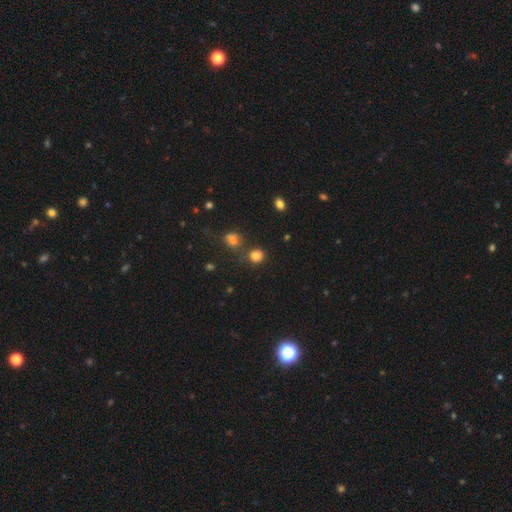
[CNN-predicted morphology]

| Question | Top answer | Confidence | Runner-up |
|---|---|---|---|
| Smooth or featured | smooth | 80% | star or artifact (14%) |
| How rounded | round | 81% | in between (18%) |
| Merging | none | 71% | merger (13%) |